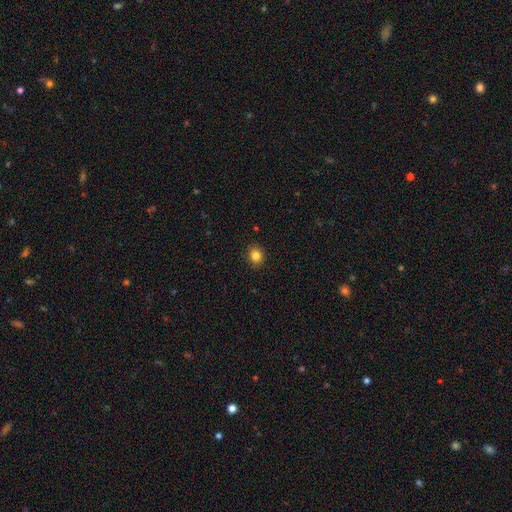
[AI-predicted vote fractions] Smooth or featured?
  - smooth: 83% *
  - star or artifact: 11%
  - featured or disk: 5%
How rounded?
  - round: 72% *
  - in between: 27%
  - cigar-shaped: 1%
Merging?
  - none: 89% *
  - minor disturbance: 8%
  - major disturbance: 2%
  - merger: 1%